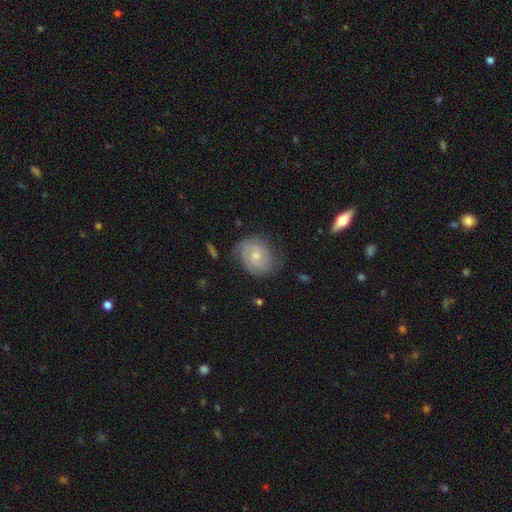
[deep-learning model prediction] The model was most divided on "bulge size": small: 54%, moderate: 41%, none: 3%, large: 2%, dominant: 1%. More confident: edge-on disk — no (97%); spiral arms — yes (91%); merging — none (72%); smooth or featured — featured or disk (68%); bar — no (66%); spiral arm count — 2 (57%); spiral winding — tight (54%).